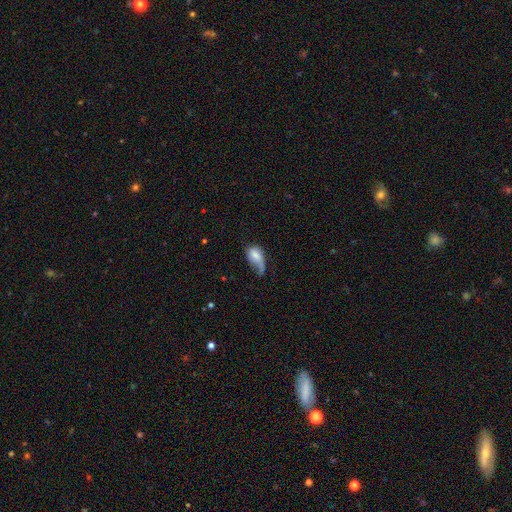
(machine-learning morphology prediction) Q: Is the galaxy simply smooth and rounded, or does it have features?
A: smooth — 64%.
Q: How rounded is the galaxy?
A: in between — 87%.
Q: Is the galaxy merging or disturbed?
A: major disturbance — 41%.